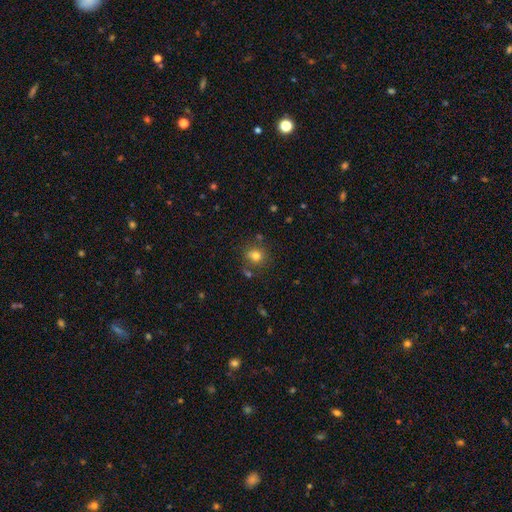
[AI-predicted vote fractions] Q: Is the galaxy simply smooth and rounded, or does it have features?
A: smooth — 77%.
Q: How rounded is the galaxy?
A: round — 81%.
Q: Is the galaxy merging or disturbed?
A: none — 76%.